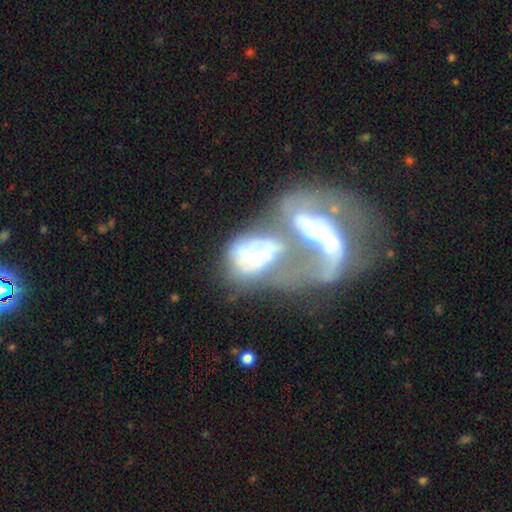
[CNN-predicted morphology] The model was most divided on "bulge size": moderate: 34%, none: 25%, small: 23%, large: 13%, dominant: 5%. More confident: edge-on disk — no (94%); merging — merger (70%); bar — no (65%); smooth or featured — featured or disk (63%); spiral arms — no (59%).